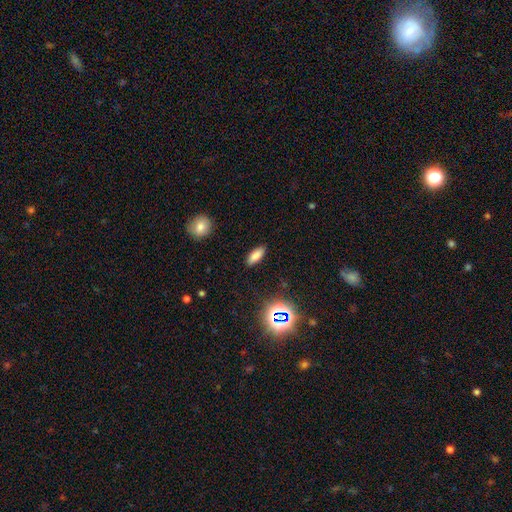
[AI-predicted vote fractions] Smooth or featured? Predicted: smooth (p=0.80). How rounded? Predicted: in between (p=0.77). Merging? Predicted: none (p=0.88).